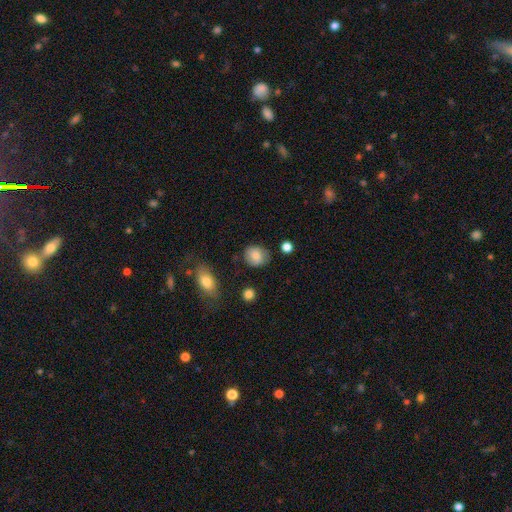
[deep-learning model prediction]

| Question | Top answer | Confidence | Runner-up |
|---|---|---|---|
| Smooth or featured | smooth | 81% | featured or disk (11%) |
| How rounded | round | 70% | in between (29%) |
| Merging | none | 79% | minor disturbance (15%) |